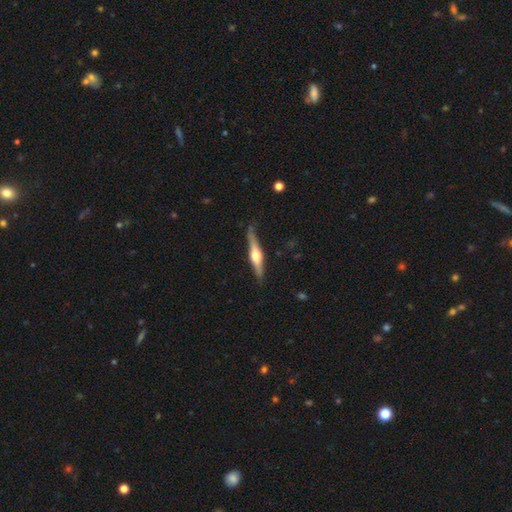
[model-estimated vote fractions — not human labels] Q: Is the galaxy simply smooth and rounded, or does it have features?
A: featured or disk — 65%.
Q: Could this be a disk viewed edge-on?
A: yes — 97%.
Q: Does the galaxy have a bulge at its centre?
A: rounded — 91%.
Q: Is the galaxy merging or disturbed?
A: none — 84%.